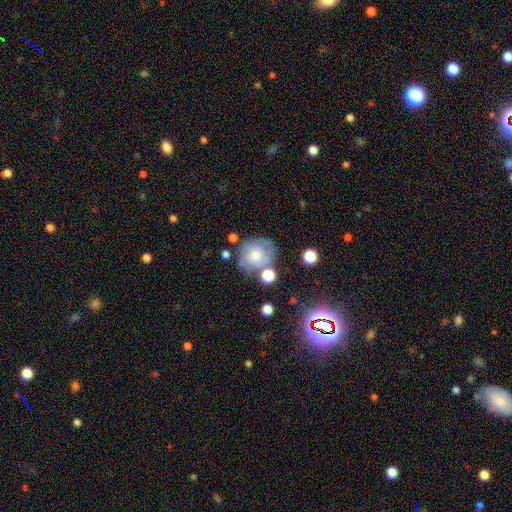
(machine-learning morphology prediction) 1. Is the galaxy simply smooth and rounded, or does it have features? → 49% smooth, 40% featured or disk, 10% star or artifact.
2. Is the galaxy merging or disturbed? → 59% none, 20% minor disturbance, 12% merger, 9% major disturbance.